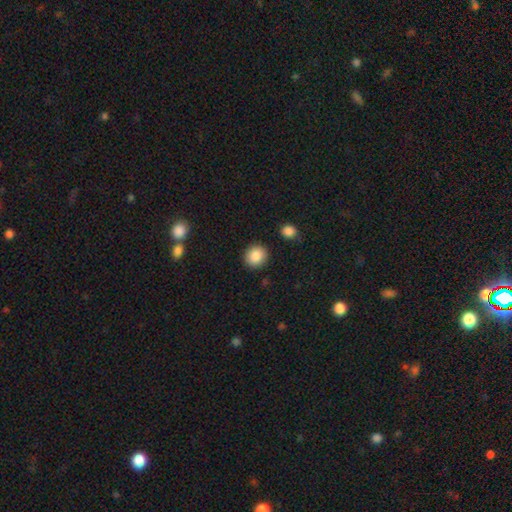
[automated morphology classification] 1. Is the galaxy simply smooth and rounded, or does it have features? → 87% smooth, 8% star or artifact, 5% featured or disk.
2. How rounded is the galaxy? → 84% round, 15% in between, 1% cigar-shaped.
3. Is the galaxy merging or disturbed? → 89% none, 7% minor disturbance, 2% major disturbance, 2% merger.